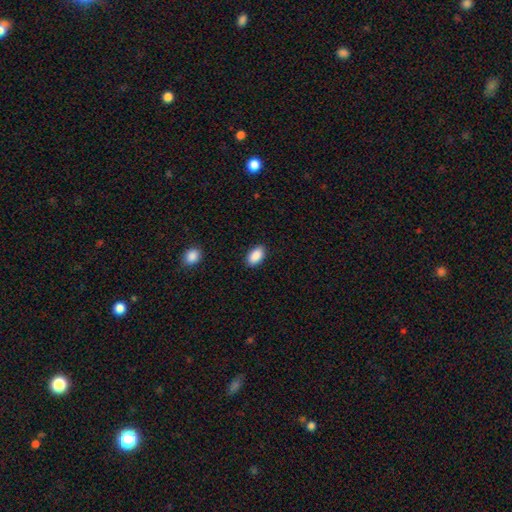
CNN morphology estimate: Smooth or featured: smooth — 90% (star or artifact — 7%)
How rounded: in between — 93% (round — 5%)
Merging: none — 88% (minor disturbance — 9%)